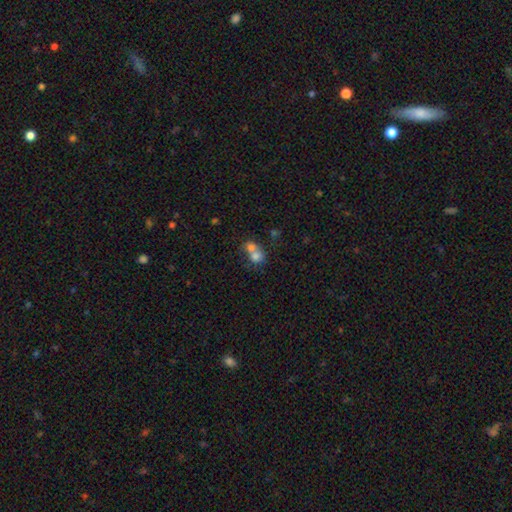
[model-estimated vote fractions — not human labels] smooth_or_featured: smooth (p=0.73) [alt: featured or disk p=0.17]
how_rounded: round (p=0.66) [alt: in between p=0.33]
merging: merger (p=0.70) [alt: none p=0.21]